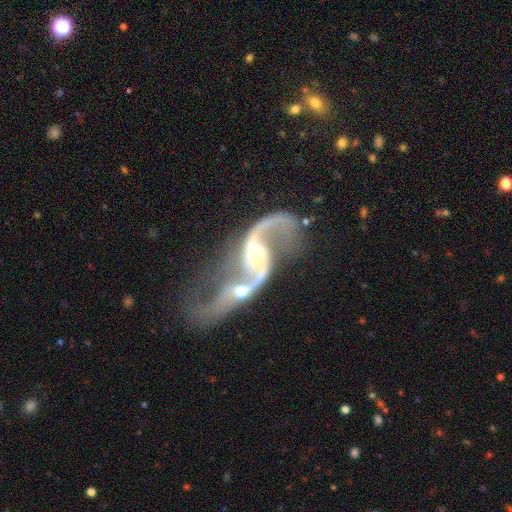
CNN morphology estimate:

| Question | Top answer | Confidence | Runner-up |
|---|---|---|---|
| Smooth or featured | featured or disk | 90% | star or artifact (6%) |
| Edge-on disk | no | 97% | yes (3%) |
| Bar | no | 48% | weak (34%) |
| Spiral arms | yes | 95% | no (5%) |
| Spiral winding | loose | 75% | medium (21%) |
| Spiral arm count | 2 | 90% | 1 (4%) |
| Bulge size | moderate | 46% | tied: small (46%) |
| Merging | merger | 61% | none (18%) |